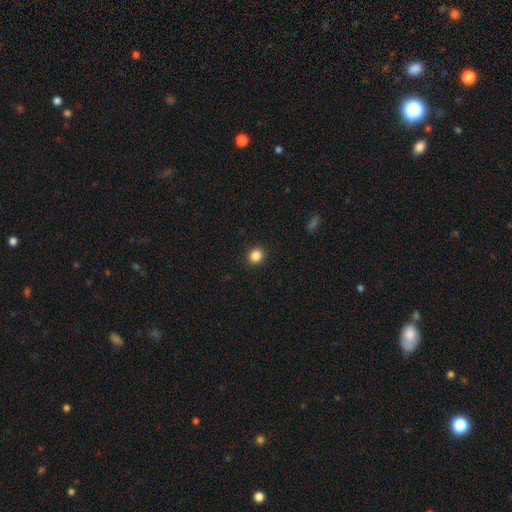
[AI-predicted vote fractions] smooth 86%, star or artifact 11%, featured or disk 4%. Down the decision tree: how rounded — round (85%); merging — none (92%).